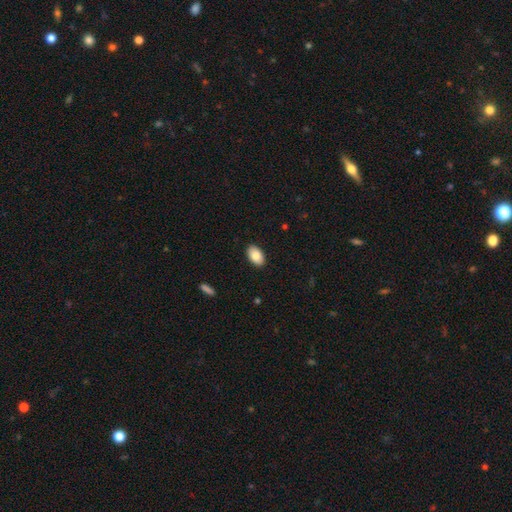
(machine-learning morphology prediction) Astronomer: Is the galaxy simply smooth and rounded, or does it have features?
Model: smooth — 86%.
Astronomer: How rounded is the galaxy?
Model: in between — 93%.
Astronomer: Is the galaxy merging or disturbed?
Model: none — 90%.